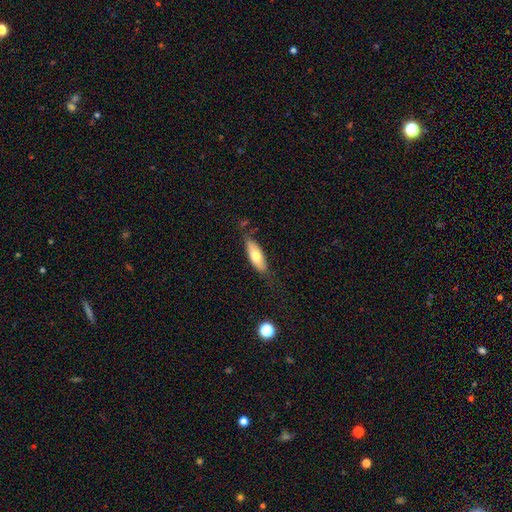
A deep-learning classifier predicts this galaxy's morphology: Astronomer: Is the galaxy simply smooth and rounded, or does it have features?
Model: smooth — 67%.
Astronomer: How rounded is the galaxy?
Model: in between — 71%.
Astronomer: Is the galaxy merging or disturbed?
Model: none — 70%.